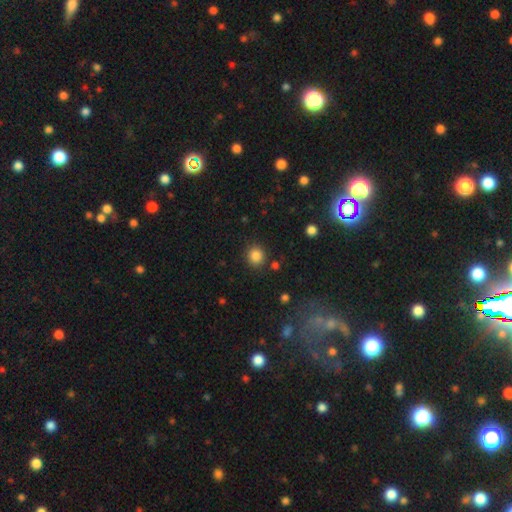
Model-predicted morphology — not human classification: This appears to be a smooth galaxy with no disk features (85%) that is round (87%). Merging: none (87%).